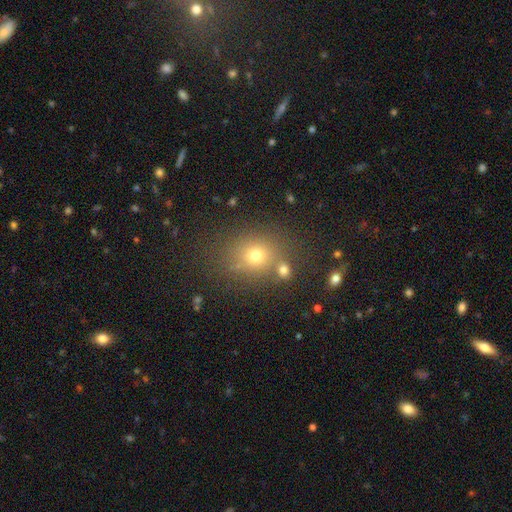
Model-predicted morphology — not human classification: Smooth or featured? smooth (69%)
How rounded? round (68%)
Merging? none (73%)